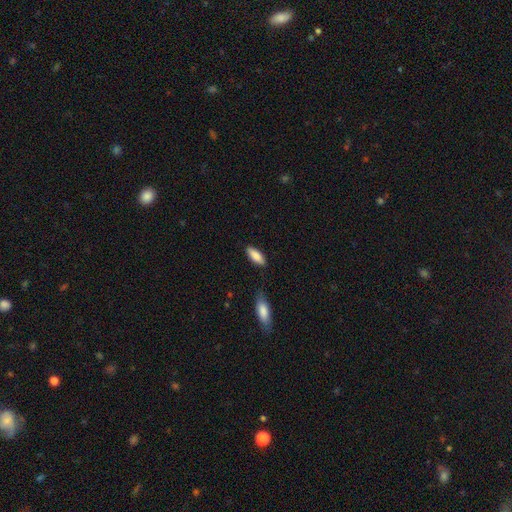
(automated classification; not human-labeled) A smooth galaxy with no disk features (87%) that is in between round and cigar-shaped (75%).

Vote fractions:
- Smooth or featured? smooth: 87% / featured or disk: 7% / star or artifact: 6%
- How rounded? in between: 75% / cigar-shaped: 23% / round: 2%
- Merging? none: 82% / minor disturbance: 12% / merger: 3% / major disturbance: 2%